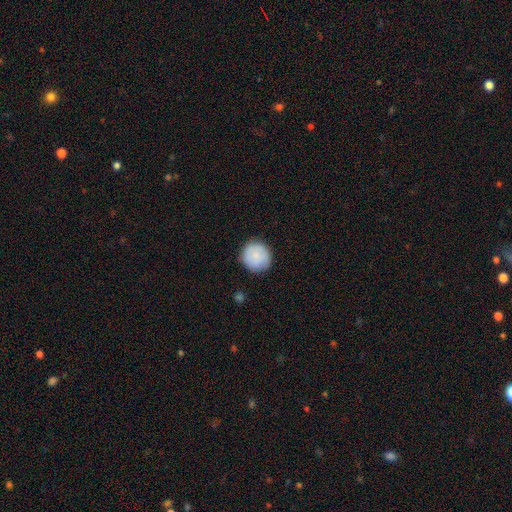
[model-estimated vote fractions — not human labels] Overall: smooth (78%). How rounded: round (93%). Merging: none (85%).